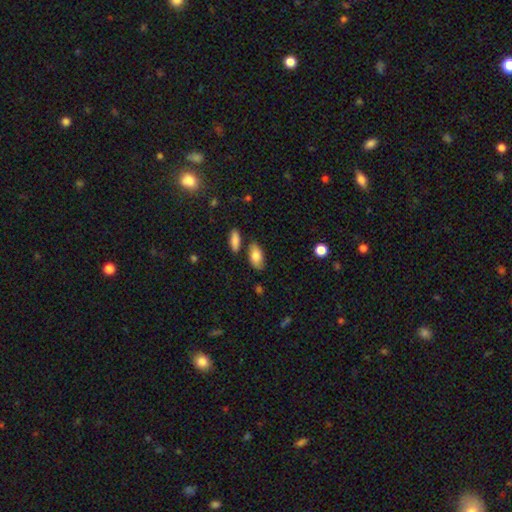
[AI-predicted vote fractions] A smooth galaxy with no disk features (79%) that is in between round and cigar-shaped (91%). Merging: none (71%).